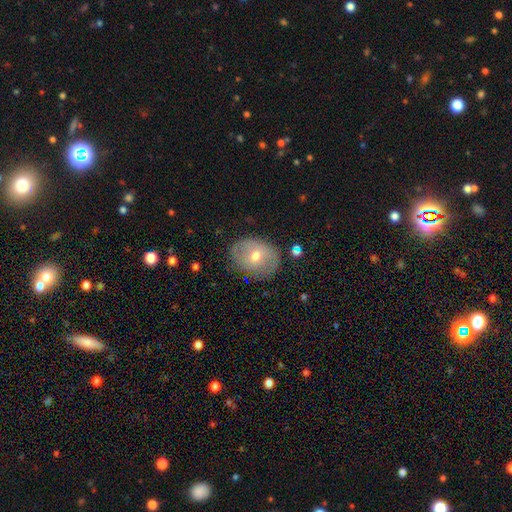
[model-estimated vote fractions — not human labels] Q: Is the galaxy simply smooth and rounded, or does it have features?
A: smooth — 49%.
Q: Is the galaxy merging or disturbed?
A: none — 78%.